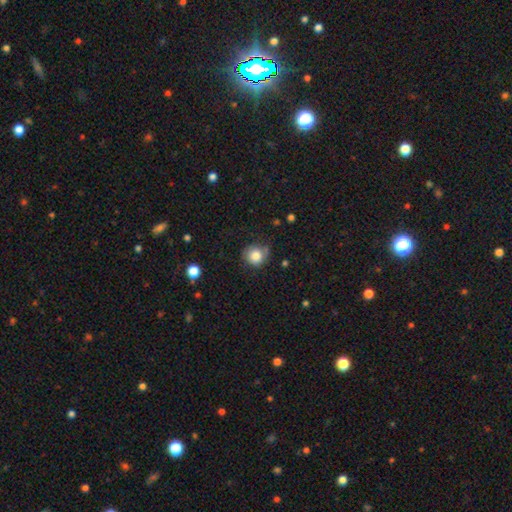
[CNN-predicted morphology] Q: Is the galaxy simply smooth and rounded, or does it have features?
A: smooth — 82%.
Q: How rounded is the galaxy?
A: round — 88%.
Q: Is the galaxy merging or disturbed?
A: none — 70%.